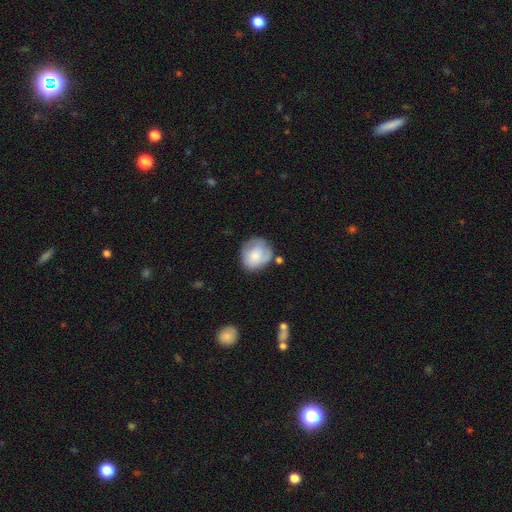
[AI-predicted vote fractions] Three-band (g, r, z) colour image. It shows a smooth galaxy with no disk features (71%) that is round (71%). Merging: none (58%).